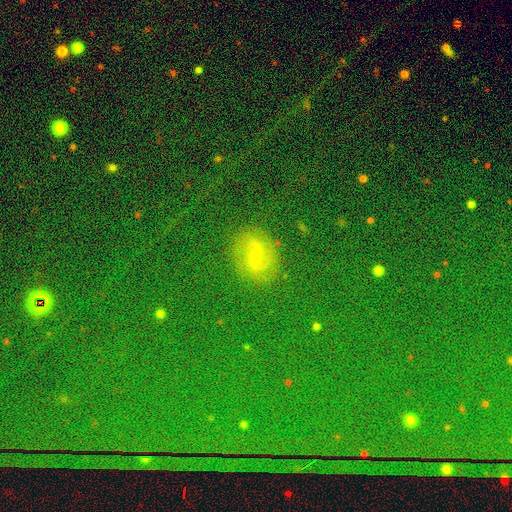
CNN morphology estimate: A star or artifact, not a galaxy (52%).